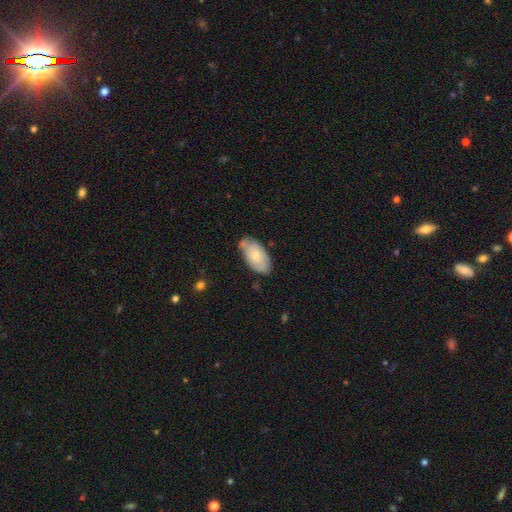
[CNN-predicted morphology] smooth-or-featured: smooth: 65% | featured or disk: 29% | star or artifact: 6%
  how-rounded: in between: 94% | round: 3% | cigar-shaped: 3%
  merging: none: 61% | minor disturbance: 26% | merger: 8% | major disturbance: 5%